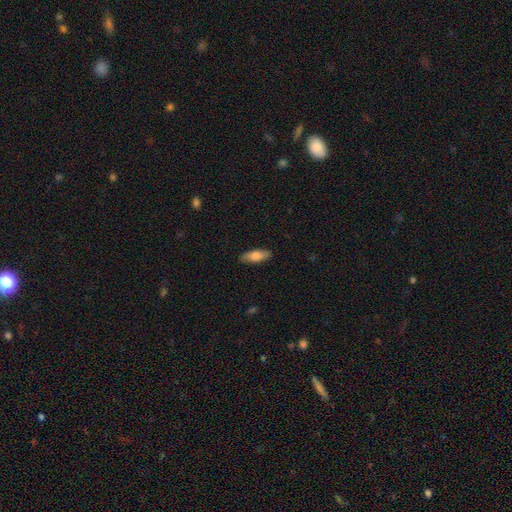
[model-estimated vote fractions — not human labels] Smooth or featured?
  - smooth: 73% *
  - featured or disk: 22%
  - star or artifact: 6%
How rounded?
  - in between: 59% *
  - cigar-shaped: 39%
  - round: 2%
Merging?
  - none: 88% *
  - minor disturbance: 9%
  - major disturbance: 2%
  - merger: 1%